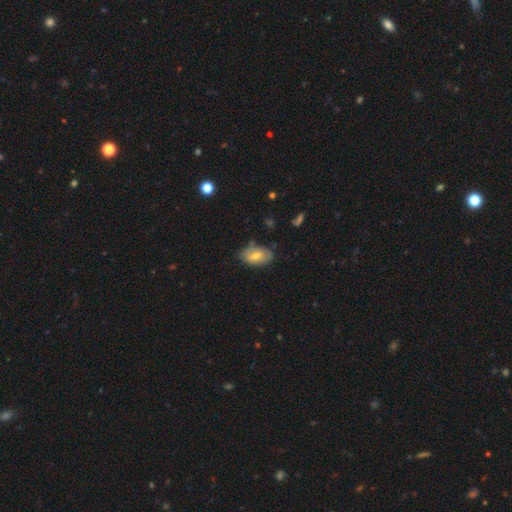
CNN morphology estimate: This appears to be a smooth galaxy with no disk features (63%) that is in between round and cigar-shaped (90%). Merging: none (70%).